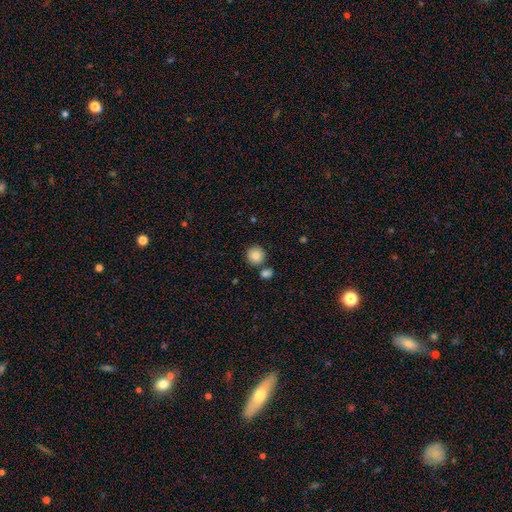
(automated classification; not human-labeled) Q: Smooth or featured?
A: smooth (85%); runner-up: star or artifact (9%)
Q: How rounded?
A: round (93%); runner-up: in between (6%)
Q: Merging?
A: none (76%); runner-up: merger (14%)